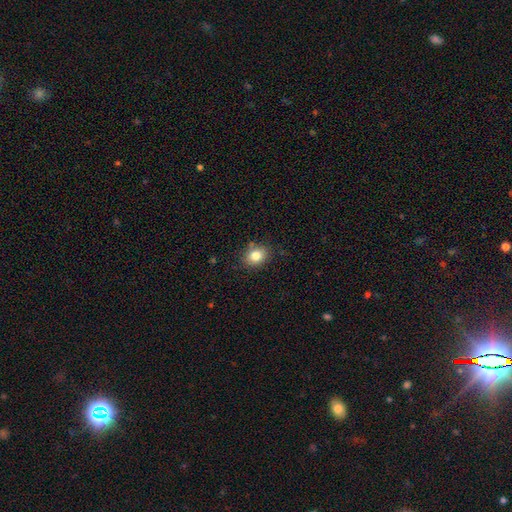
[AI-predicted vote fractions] Smooth or featured?
  - smooth: 82% *
  - star or artifact: 10%
  - featured or disk: 8%
How rounded?
  - in between: 50% *
  - round: 49%
  - cigar-shaped: 1%
Merging?
  - none: 82% *
  - minor disturbance: 12%
  - merger: 3%
  - major disturbance: 3%